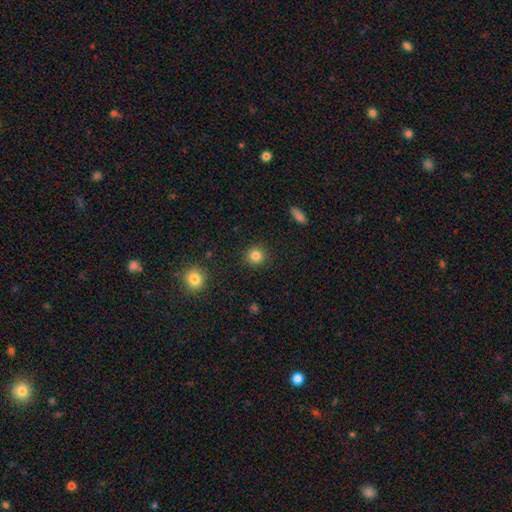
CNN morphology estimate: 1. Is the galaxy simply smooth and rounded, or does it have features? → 84% smooth, 11% star or artifact, 5% featured or disk.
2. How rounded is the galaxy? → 92% round, 7% in between, 1% cigar-shaped.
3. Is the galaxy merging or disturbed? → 91% none, 6% minor disturbance, 2% major disturbance, 1% merger.